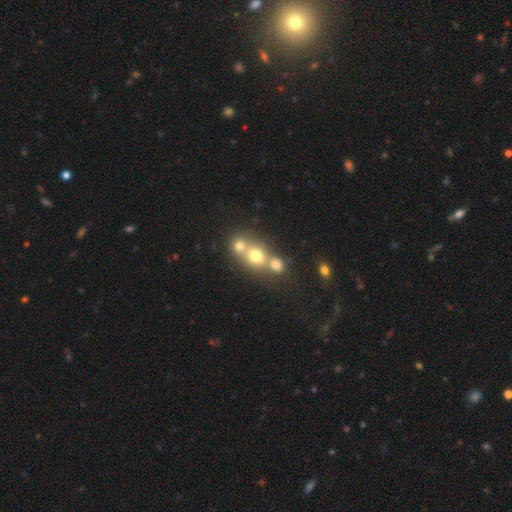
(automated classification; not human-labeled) smooth_or_featured: smooth (p=0.68) [alt: featured or disk p=0.17]
how_rounded: round (p=0.75) [alt: in between p=0.24]
merging: merger (p=0.59) [alt: none p=0.32]